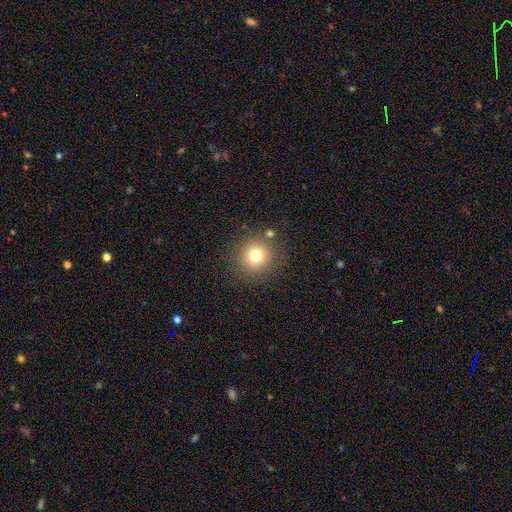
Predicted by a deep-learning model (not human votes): Smooth or featured? Predicted: smooth (p=0.77). How rounded? Predicted: round (p=0.93). Merging? Predicted: none (p=0.84).